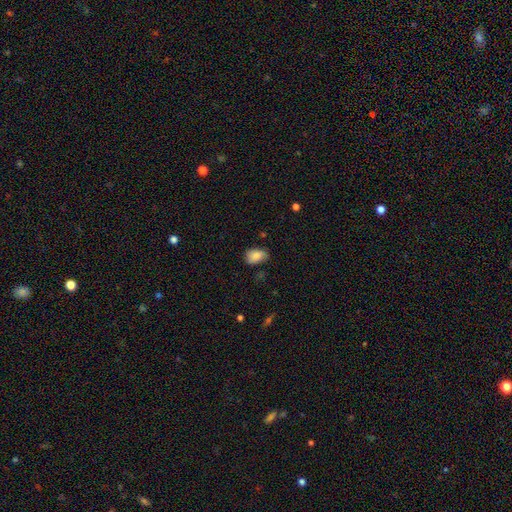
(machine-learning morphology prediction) Smooth or featured?
  - smooth: 81% *
  - featured or disk: 11%
  - star or artifact: 8%
How rounded?
  - in between: 85% *
  - round: 14%
  - cigar-shaped: 1%
Merging?
  - none: 59% *
  - minor disturbance: 32%
  - major disturbance: 7%
  - merger: 2%